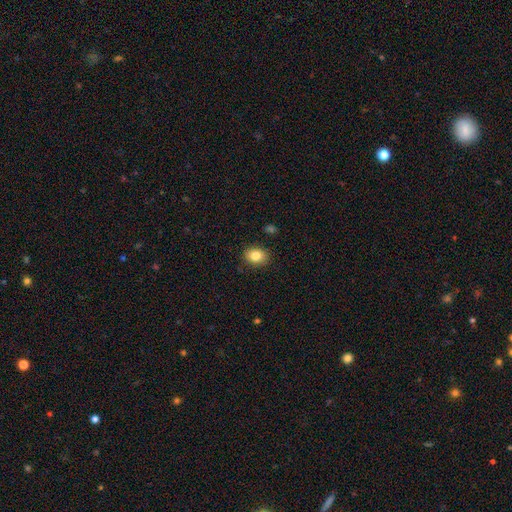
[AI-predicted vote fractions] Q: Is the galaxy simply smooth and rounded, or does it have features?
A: smooth — 84%.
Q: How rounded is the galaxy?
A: in between — 56%.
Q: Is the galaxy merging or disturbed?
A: none — 88%.